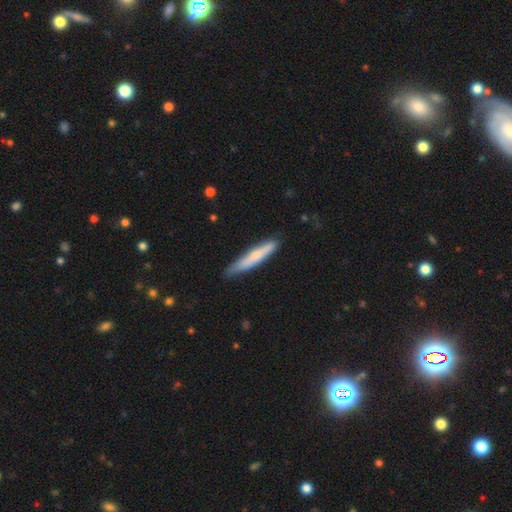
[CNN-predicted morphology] smooth 60%, featured or disk 34%, star or artifact 6%. Down the decision tree: how rounded — cigar-shaped (93%); merging — none (78%).